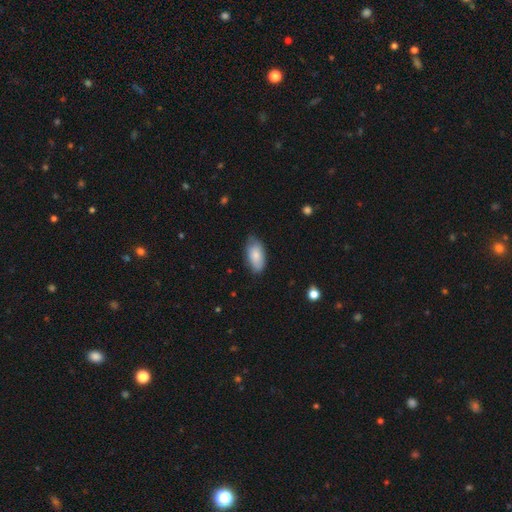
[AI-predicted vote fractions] This is likely a smooth galaxy (78%). How rounded: clearly in between (93%). Merging: likely none (70%).